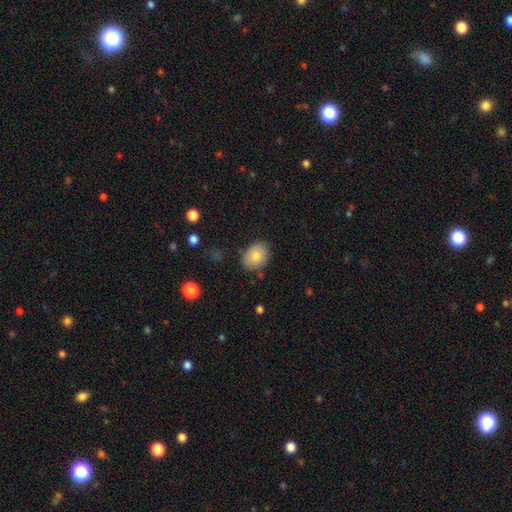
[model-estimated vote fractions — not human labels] A smooth galaxy with no disk features (77%) that is in between round and cigar-shaped (69%).

Vote fractions:
- Smooth or featured? smooth: 77% / featured or disk: 14% / star or artifact: 8%
- How rounded? in between: 69% / round: 30% / cigar-shaped: 1%
- Merging? none: 80% / minor disturbance: 15% / major disturbance: 3% / merger: 2%